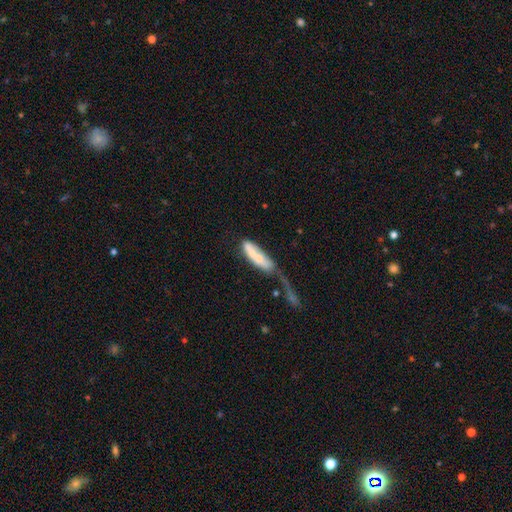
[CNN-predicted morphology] smooth 52%, featured or disk 41%, star or artifact 7%. Down the decision tree: how rounded — in between (49%, tied with cigar-shaped); merging — merger (37%).